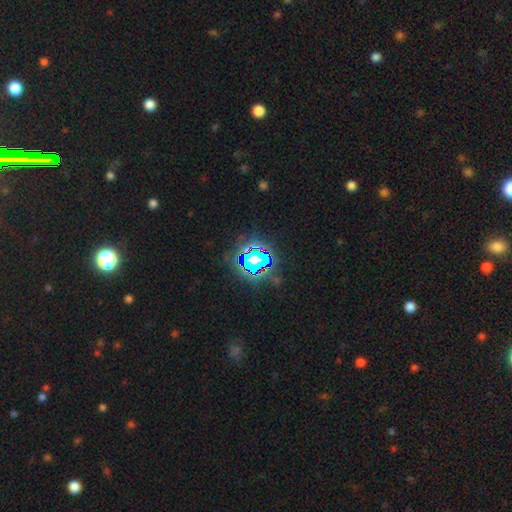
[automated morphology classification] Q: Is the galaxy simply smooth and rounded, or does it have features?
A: star or artifact — 63%.